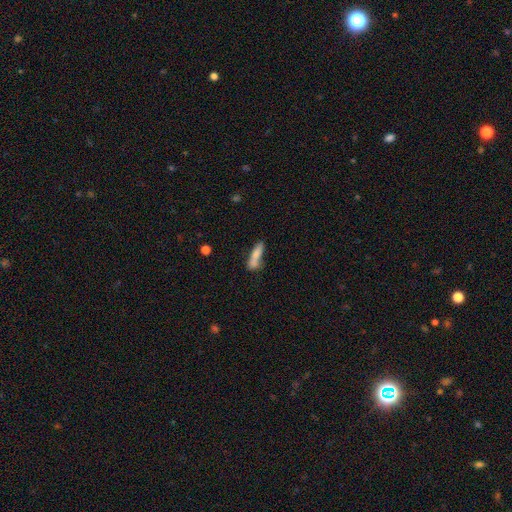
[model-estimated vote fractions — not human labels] A smooth galaxy with no disk features (77%) that is cigar-shaped (71%). Merging: none (50%).